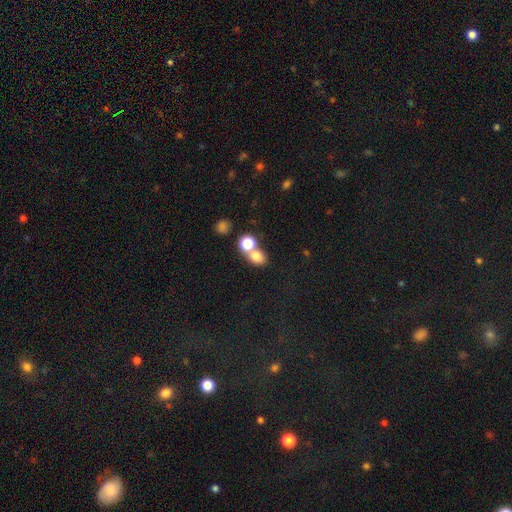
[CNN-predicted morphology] type=smooth (77%); roundness=round (56%); merging=merger (52%).